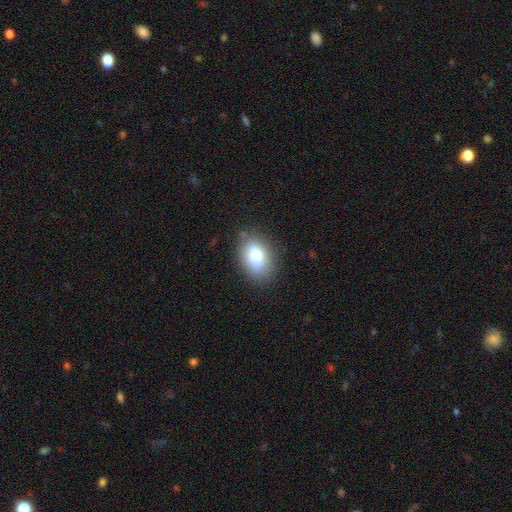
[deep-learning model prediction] smooth_or_featured: smooth (p=0.80) [alt: featured or disk p=0.11]
how_rounded: in between (p=0.74) [alt: round p=0.25]
merging: none (p=0.81) [alt: minor disturbance p=0.13]